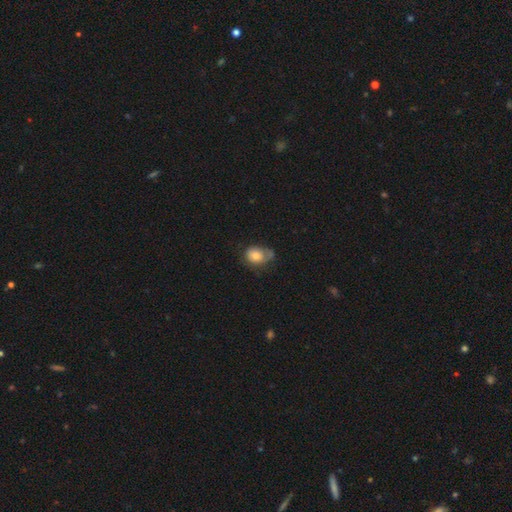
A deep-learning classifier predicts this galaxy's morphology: smooth-or-featured: smooth: 74% | featured or disk: 17% | star or artifact: 9%
  how-rounded: in between: 51% | round: 48% | cigar-shaped: 1%
  merging: none: 45% | minor disturbance: 33% | major disturbance: 14% | merger: 8%